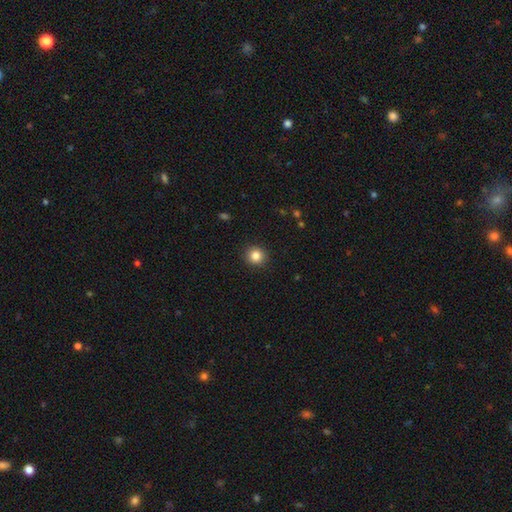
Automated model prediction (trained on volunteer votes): This appears to be a smooth galaxy with no disk features (84%) that is round (92%). Merging: none (92%).